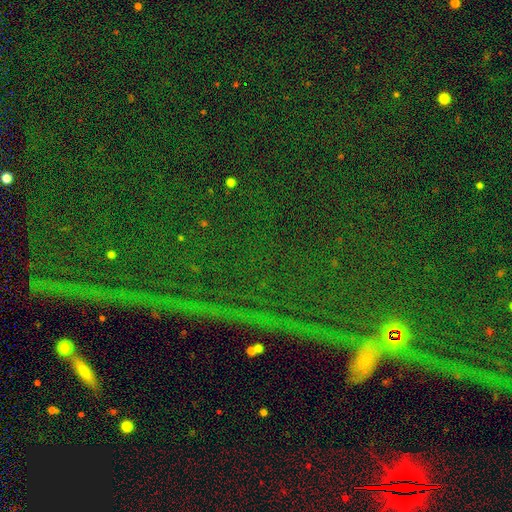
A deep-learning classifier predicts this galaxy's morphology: Smooth or featured? star or artifact (81%)